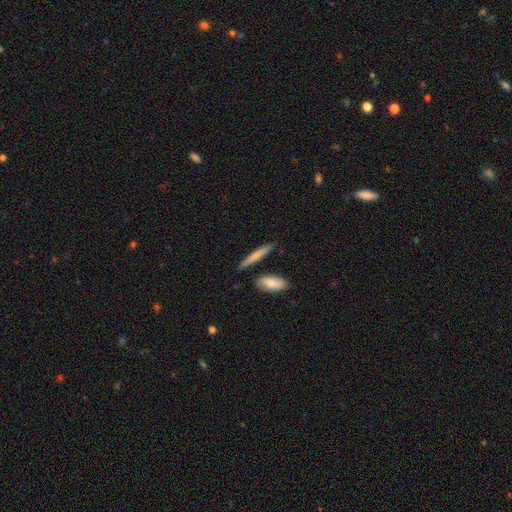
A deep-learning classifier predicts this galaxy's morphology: Smooth or featured? smooth (69%)
How rounded? cigar-shaped (88%)
Merging? none (80%)